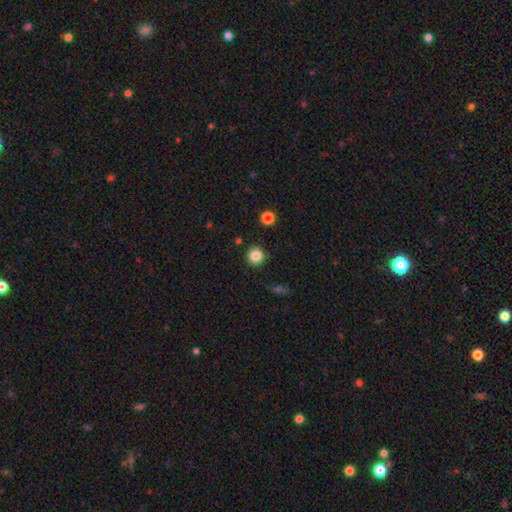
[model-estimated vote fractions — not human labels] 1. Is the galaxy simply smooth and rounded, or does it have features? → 84% smooth, 11% star or artifact, 4% featured or disk.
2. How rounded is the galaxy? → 95% round, 4% in between, 1% cigar-shaped.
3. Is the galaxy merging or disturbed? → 91% none, 6% minor disturbance, 2% major disturbance, 2% merger.